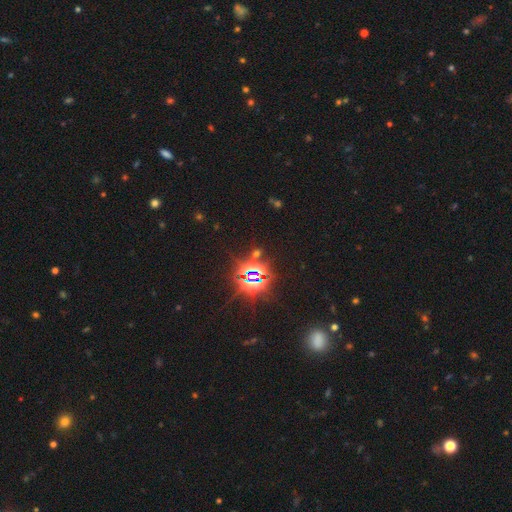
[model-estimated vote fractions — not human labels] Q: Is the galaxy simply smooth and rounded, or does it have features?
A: star or artifact — 81%.